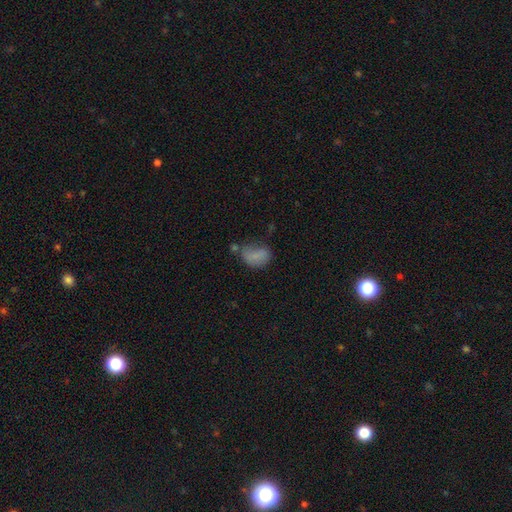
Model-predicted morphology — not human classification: Smooth or featured: smooth — 73% (featured or disk — 15%)
How rounded: in between — 79% (round — 19%)
Merging: none — 36% (minor disturbance — 28%)